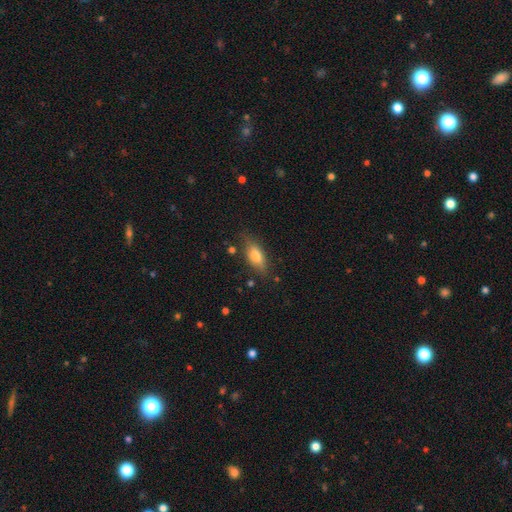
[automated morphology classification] The model was most divided on "smooth or featured": smooth: 70%, featured or disk: 22%, star or artifact: 8%. More confident: merging — none (75%); how rounded — in between (75%).